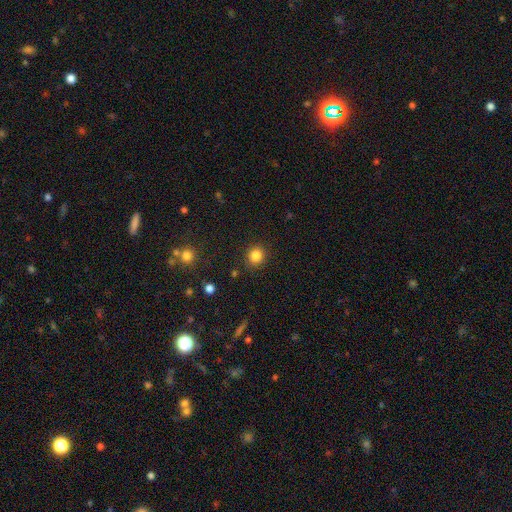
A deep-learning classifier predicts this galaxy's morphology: Q: Smooth or featured?
A: smooth (84%); runner-up: star or artifact (12%)
Q: How rounded?
A: round (86%); runner-up: in between (13%)
Q: Merging?
A: none (90%); runner-up: minor disturbance (7%)